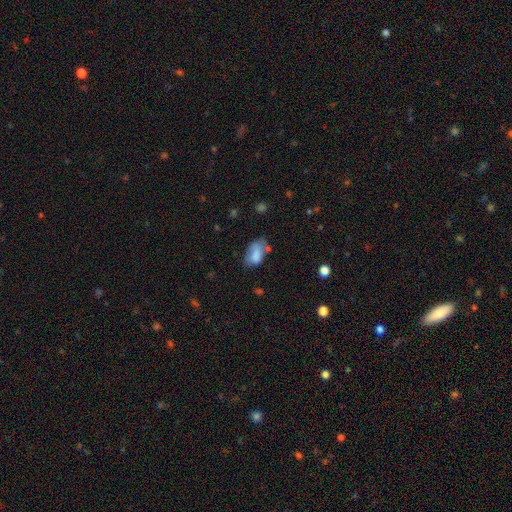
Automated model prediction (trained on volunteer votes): Morphology: type=smooth (75%); roundness=in between (90%); merging=none (41%).